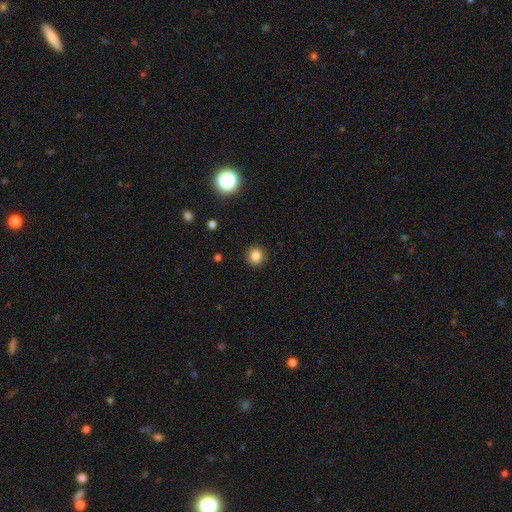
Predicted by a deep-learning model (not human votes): smooth 84%, star or artifact 12%, featured or disk 5%. Down the decision tree: how rounded — round (93%); merging — none (91%).